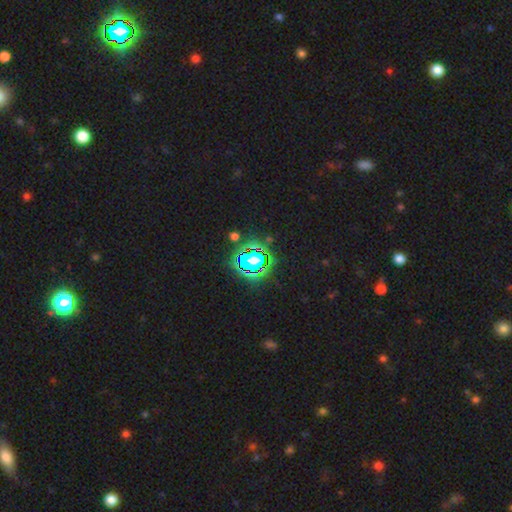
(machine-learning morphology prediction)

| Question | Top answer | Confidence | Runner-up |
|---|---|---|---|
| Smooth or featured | star or artifact | 66% | smooth (21%) |